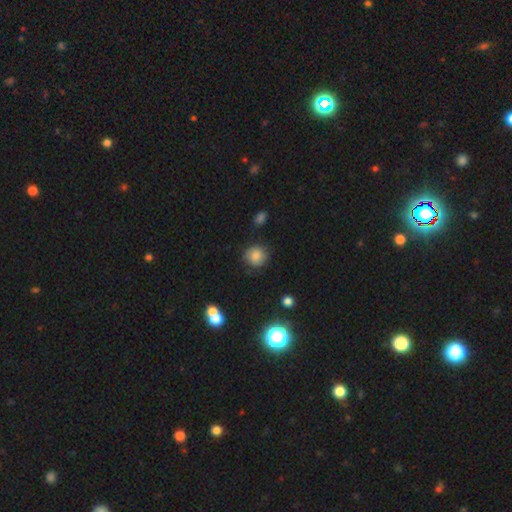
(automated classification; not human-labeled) smooth 80%, star or artifact 11%, featured or disk 9%. Down the decision tree: how rounded — round (89%); merging — none (81%).